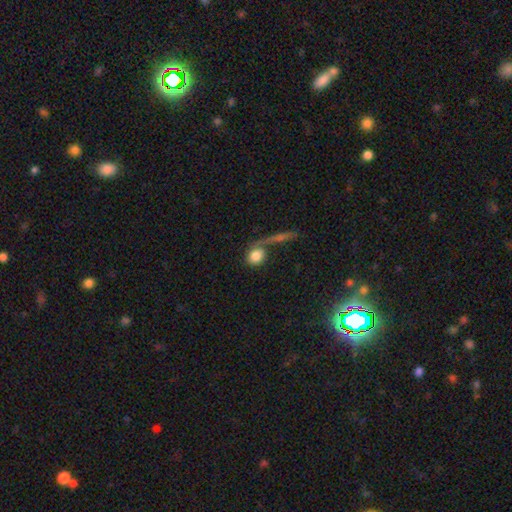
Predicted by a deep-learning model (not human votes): Smooth or featured? smooth (78%)
How rounded? round (69%)
Merging? none (48%)